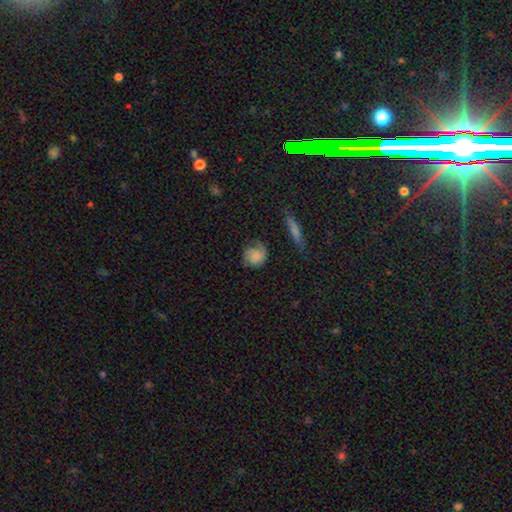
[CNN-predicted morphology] smooth_or_featured: smooth (p=0.60) [alt: featured or disk p=0.32]
how_rounded: round (p=0.74) [alt: in between p=0.24]
merging: none (p=0.60) [alt: minor disturbance p=0.25]